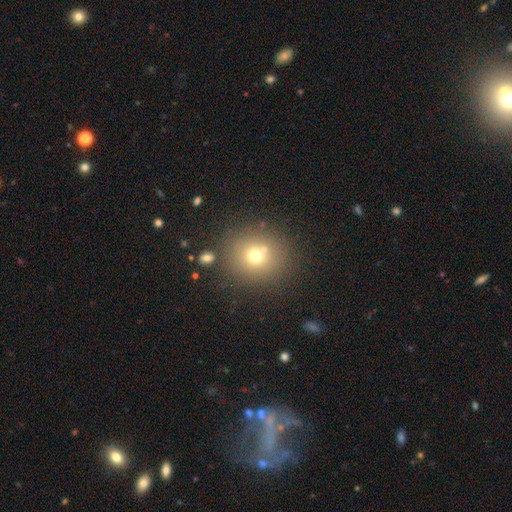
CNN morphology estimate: Overall: smooth (68%). How rounded: round (88%). Merging: none (77%).